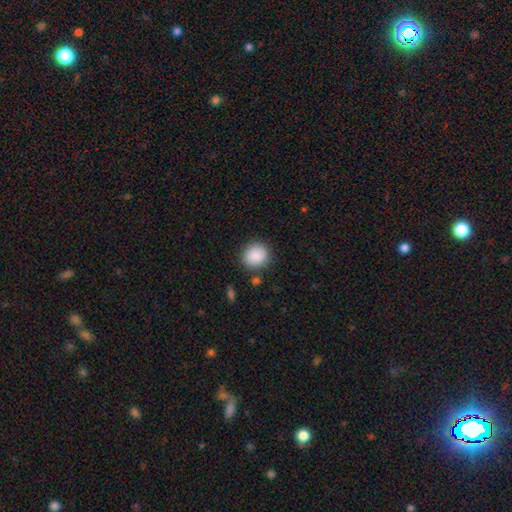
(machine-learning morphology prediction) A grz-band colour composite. It shows a smooth galaxy with no disk features (88%) that is round (85%). Merging: none (86%).